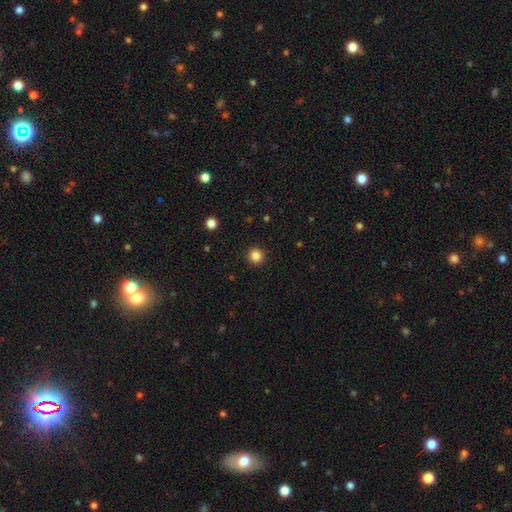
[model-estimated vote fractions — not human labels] Smooth or featured: smooth — 85% (star or artifact — 12%)
How rounded: round — 95% (in between — 4%)
Merging: none — 93% (minor disturbance — 5%)